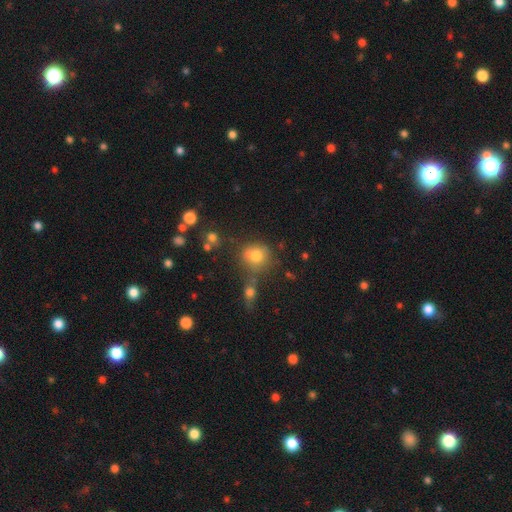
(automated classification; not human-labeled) Smooth or featured? smooth (78%)
How rounded? round (82%)
Merging? none (62%)